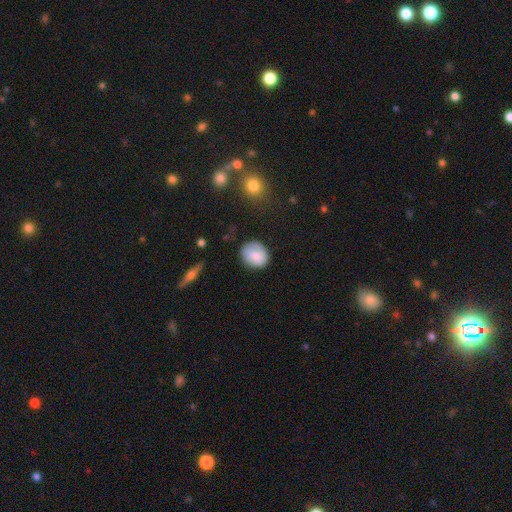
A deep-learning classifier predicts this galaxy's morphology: This is likely a smooth galaxy (76%). How rounded: likely round (65%). Merging: likely none (69%).